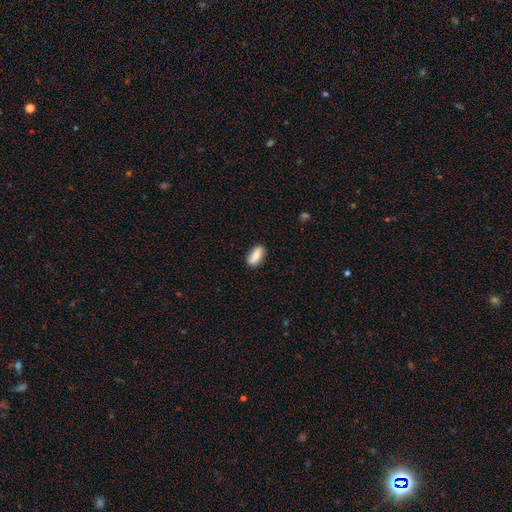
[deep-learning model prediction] Morphology: type=smooth (76%); roundness=in between (85%); merging=none (82%).